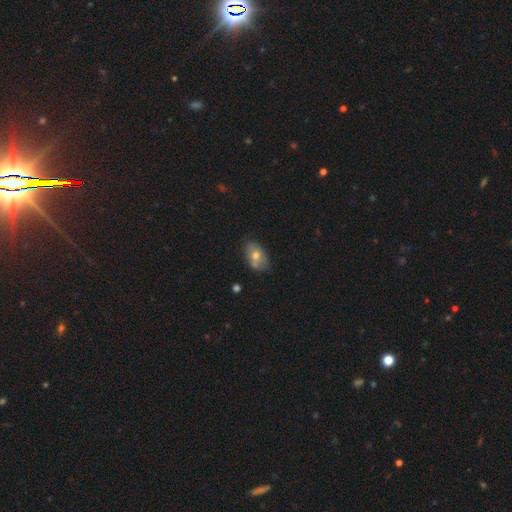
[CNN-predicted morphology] A smooth galaxy with no disk features (65%) that is in between round and cigar-shaped (86%). Merging: none (63%).